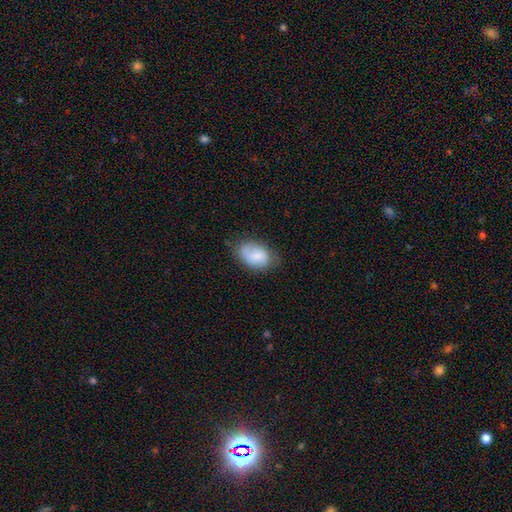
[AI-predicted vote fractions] smooth_or_featured: smooth (p=0.74) [alt: featured or disk p=0.18]
how_rounded: in between (p=0.85) [alt: round p=0.14]
merging: none (p=0.61) [alt: minor disturbance p=0.28]